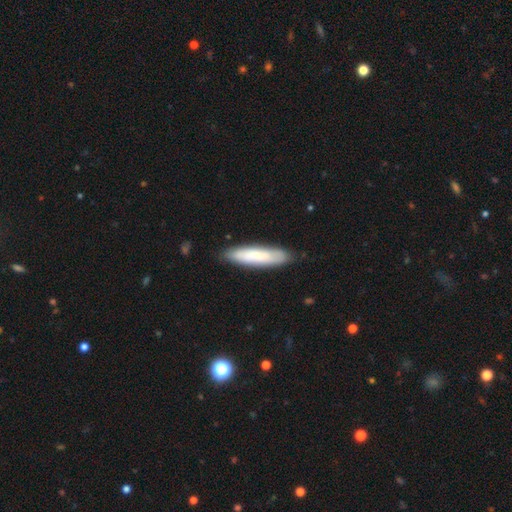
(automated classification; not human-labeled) The model was most divided on "smooth or featured": smooth: 73%, featured or disk: 21%, star or artifact: 5%. More confident: merging — none (85%); how rounded — cigar-shaped (78%).